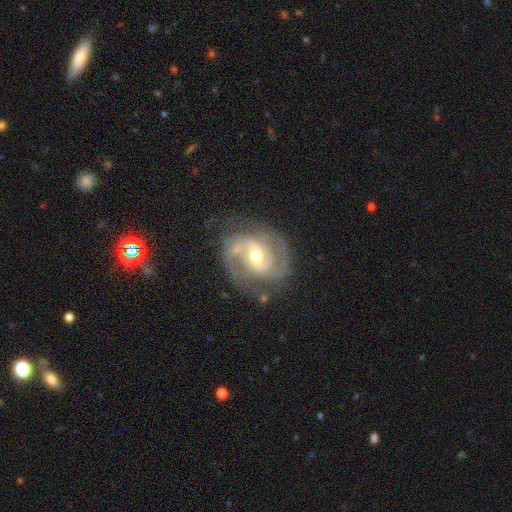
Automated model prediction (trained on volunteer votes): Smooth or featured?
  - featured or disk: 90% *
  - smooth: 5%
  - star or artifact: 5%
Edge-on disk?
  - no: 98% *
  - yes: 2%
Bar?
  - weak: 48% *
  - no: 29%
  - strong: 23%
Spiral arms?
  - yes: 97% *
  - no: 3%
Spiral winding?
  - tight: 46% *
  - medium: 45%
  - loose: 9%
Spiral arm count?
  - 2: 73% *
  - 3: 12%
  - can't tell: 8%
  - 1: 3%
  - 4: 2%
  - more than 4: 2%
Bulge size?
  - moderate: 64% *
  - small: 31%
  - large: 4%
  - none: 1%
  - dominant: 1%
Merging?
  - none: 72% *
  - minor disturbance: 18%
  - major disturbance: 8%
  - merger: 2%